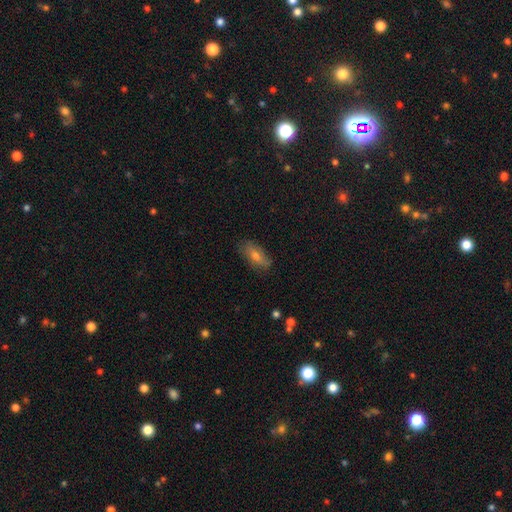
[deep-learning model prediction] A smooth galaxy with no disk features (60%) that is in between round and cigar-shaped (80%).

Vote fractions:
- Smooth or featured? smooth: 60% / featured or disk: 29% / star or artifact: 11%
- How rounded? in between: 80% / cigar-shaped: 15% / round: 5%
- Merging? none: 79% / minor disturbance: 16% / major disturbance: 3% / merger: 1%